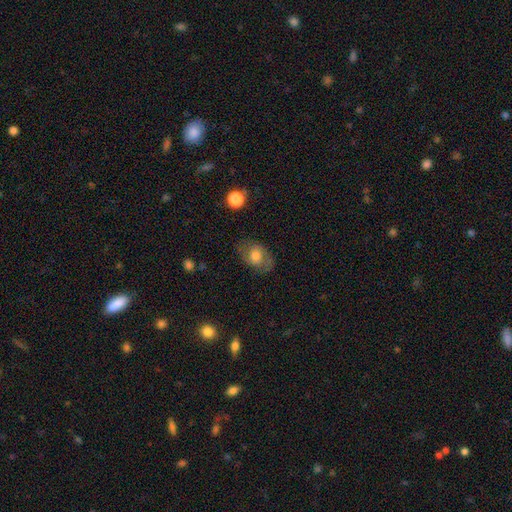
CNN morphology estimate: Smooth or featured: smooth — 57% (featured or disk — 34%)
How rounded: in between — 67% (round — 32%)
Merging: none — 67% (minor disturbance — 20%)